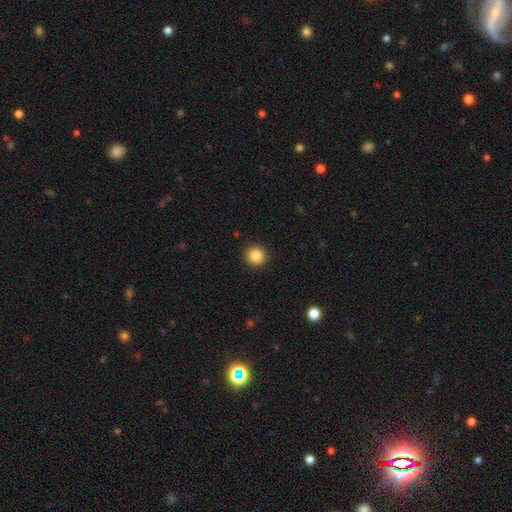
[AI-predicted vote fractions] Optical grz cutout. It shows a smooth galaxy with no disk features (87%) that is round (93%). Merging: none (92%).